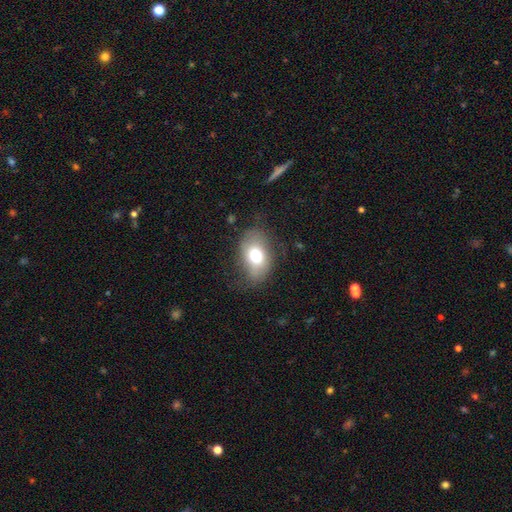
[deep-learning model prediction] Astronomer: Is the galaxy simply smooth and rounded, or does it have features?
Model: smooth — 69%.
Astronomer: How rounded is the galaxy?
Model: in between — 82%.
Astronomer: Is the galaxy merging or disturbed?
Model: none — 67%.